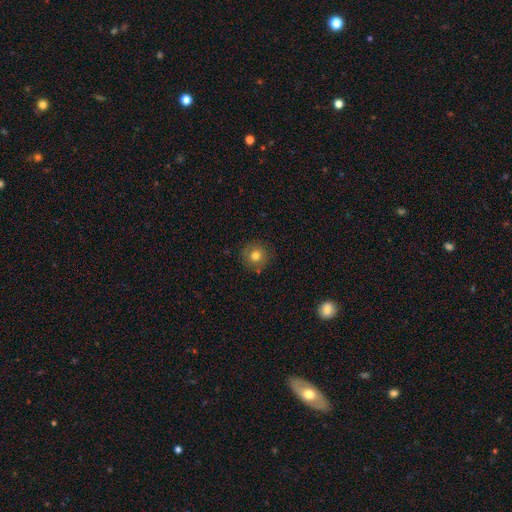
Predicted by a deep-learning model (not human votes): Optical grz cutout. It shows a smooth galaxy with no disk features (77%) that is round (93%). Merging: none (87%).